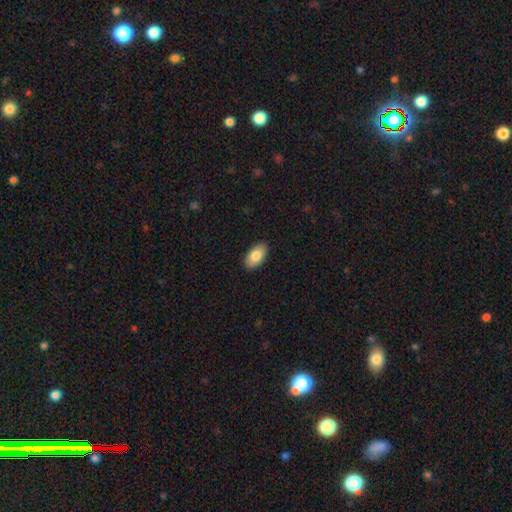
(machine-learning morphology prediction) Overall: smooth (83%). How rounded: in between (95%). Merging: none (89%).